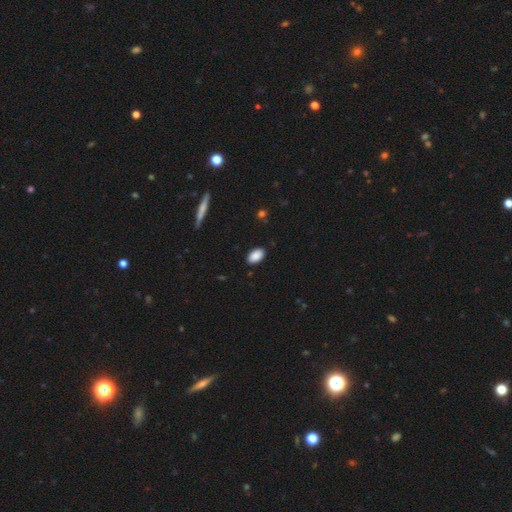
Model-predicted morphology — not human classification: Q: Smooth or featured?
A: smooth (89%); runner-up: star or artifact (7%)
Q: How rounded?
A: in between (93%); runner-up: round (6%)
Q: Merging?
A: none (88%); runner-up: minor disturbance (9%)